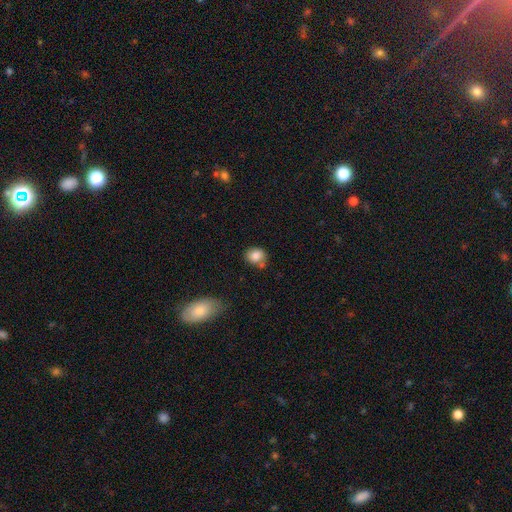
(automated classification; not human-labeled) Smooth or featured? Predicted: smooth (p=0.83). How rounded? Predicted: round (p=0.59). Merging? Predicted: none (p=0.60).